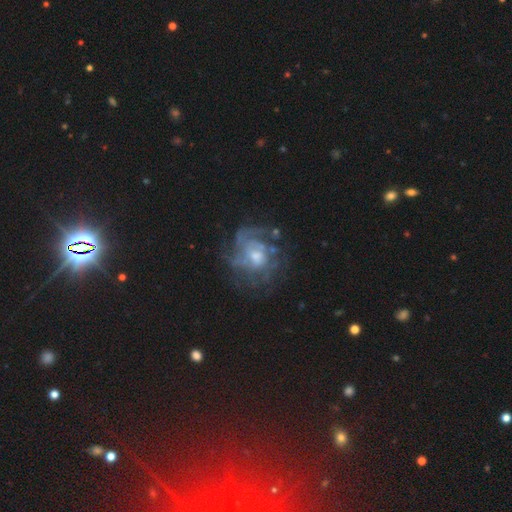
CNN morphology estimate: Overall: featured or disk (80%). Edge-on disk: no (97%). Bar: no (69%). Spiral arms: yes (86%). Spiral arm count: can't tell (45%; 3 16%). Spiral winding: tight (51%; medium 35%). Bulge size: moderate (57%; small 32%). Merging: none (63%).